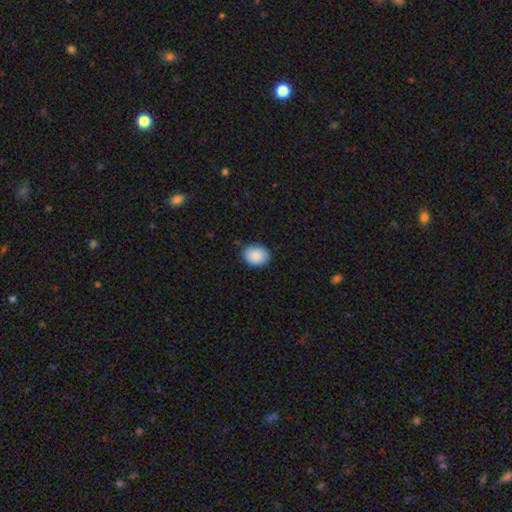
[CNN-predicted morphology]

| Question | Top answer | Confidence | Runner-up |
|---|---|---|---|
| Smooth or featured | smooth | 89% | star or artifact (7%) |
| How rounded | in between | 60% | round (39%) |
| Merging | none | 86% | minor disturbance (11%) |